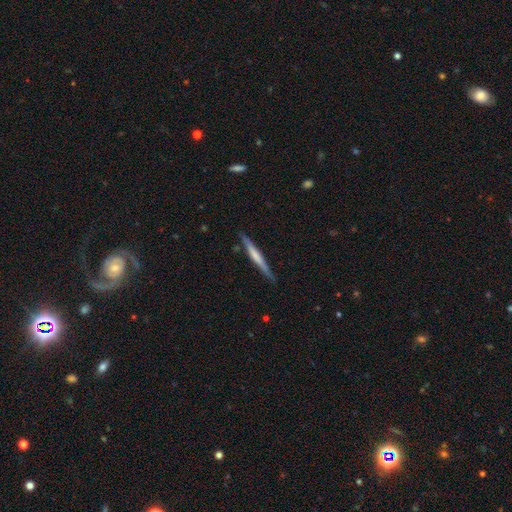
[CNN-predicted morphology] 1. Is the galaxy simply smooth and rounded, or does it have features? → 52% featured or disk, 43% smooth, 5% star or artifact.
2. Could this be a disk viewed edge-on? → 97% yes, 3% no.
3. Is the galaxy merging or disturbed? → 85% none, 12% minor disturbance, 2% major disturbance, 2% merger.